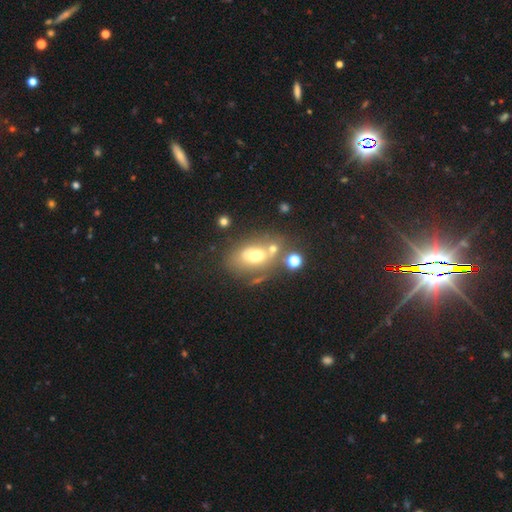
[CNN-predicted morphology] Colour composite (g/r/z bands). It shows a smooth galaxy with no disk features (56%) that is in between round and cigar-shaped (73%). Merging: none (43%).